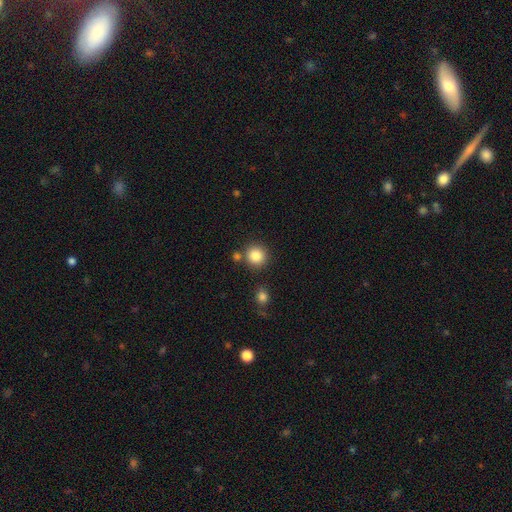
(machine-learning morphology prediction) smooth 86%, star or artifact 10%, featured or disk 5%. Down the decision tree: how rounded — round (92%); merging — none (80%).